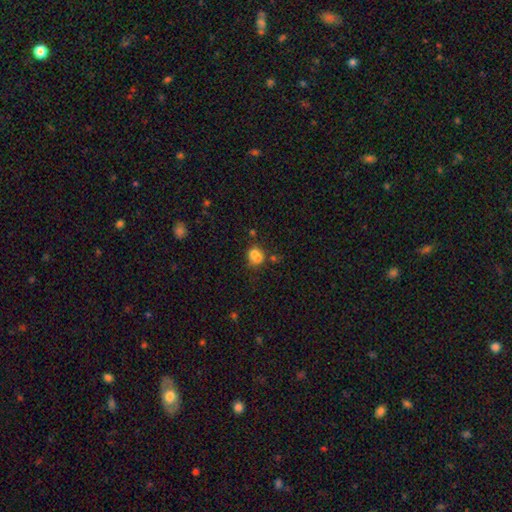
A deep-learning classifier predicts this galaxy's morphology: smooth 72%, featured or disk 16%, star or artifact 12%. Down the decision tree: how rounded — round (67%); merging — merger (54%).